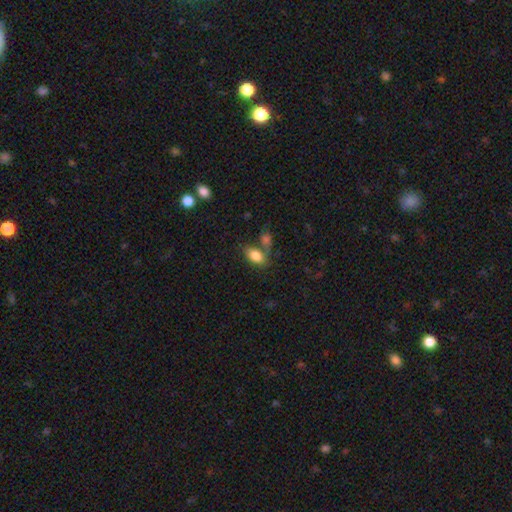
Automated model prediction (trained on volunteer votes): Smooth or featured? smooth (83%)
How rounded? in between (90%)
Merging? none (51%)